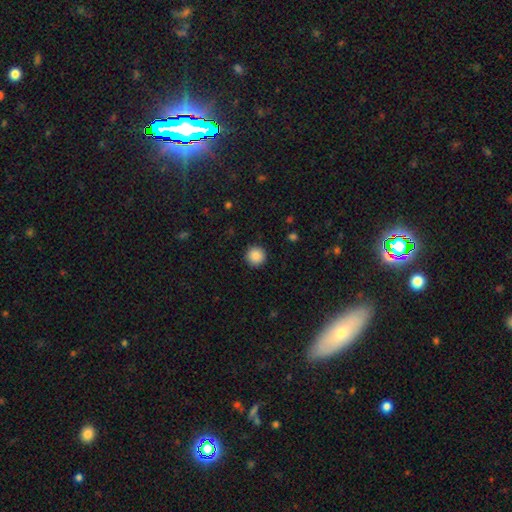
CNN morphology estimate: Q: Smooth or featured?
A: smooth (88%); runner-up: star or artifact (9%)
Q: How rounded?
A: round (96%); runner-up: in between (4%)
Q: Merging?
A: none (92%); runner-up: minor disturbance (5%)